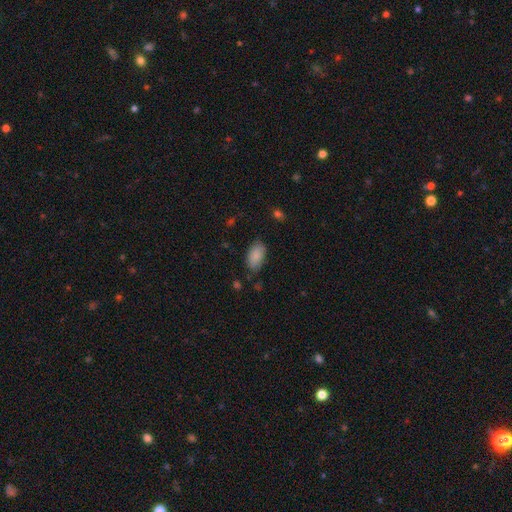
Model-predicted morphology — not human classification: smooth 87%, star or artifact 7%, featured or disk 6%. Down the decision tree: how rounded — in between (94%); merging — none (76%).